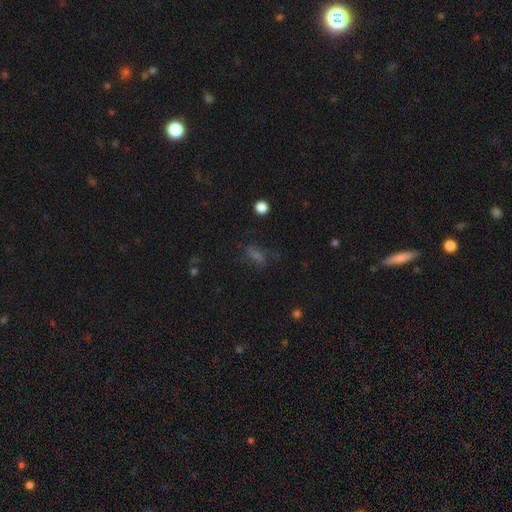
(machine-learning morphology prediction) smooth-or-featured: smooth: 42% | star or artifact: 33% | featured or disk: 25%
  merging: none: 59% | minor disturbance: 20% | major disturbance: 18% | merger: 3%